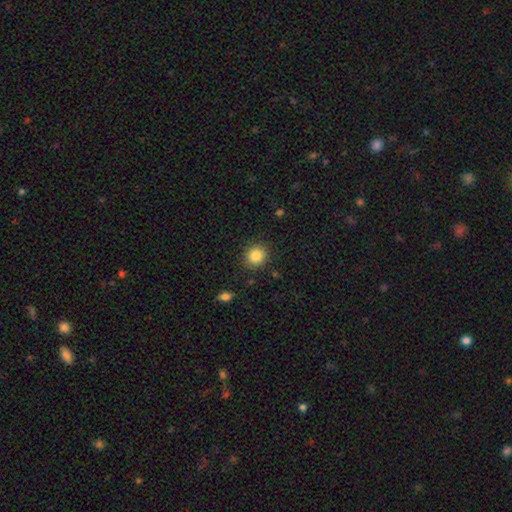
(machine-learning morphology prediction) The model was most divided on "how rounded": round: 83%, in between: 16%, cigar-shaped: 1%. More confident: merging — none (88%); smooth or featured — smooth (86%).